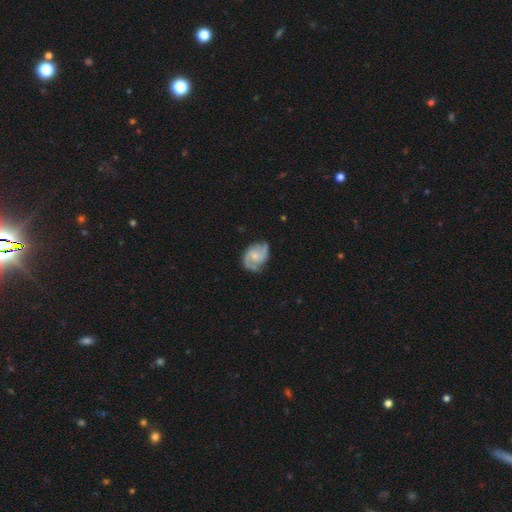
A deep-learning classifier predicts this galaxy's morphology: Overall: featured or disk (80%). Edge-on disk: no (98%). Bar: no (59%; weak 36%). Spiral arms: yes (95%). Spiral arm count: 2 (82%). Spiral winding: medium (51%; loose 24%). Bulge size: small (52%; moderate 33%). Merging: none (70%).